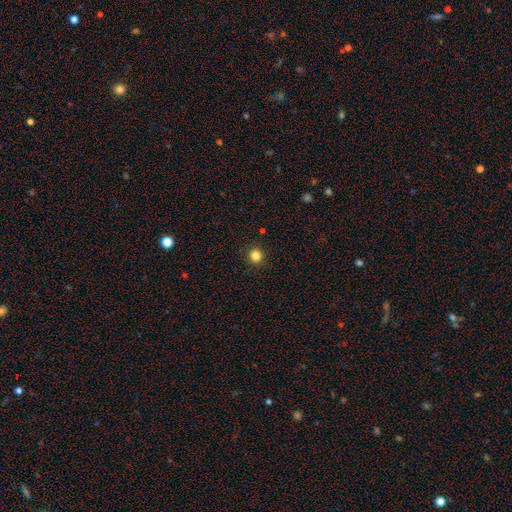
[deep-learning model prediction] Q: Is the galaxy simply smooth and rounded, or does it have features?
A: smooth — 83%.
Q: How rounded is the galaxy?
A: round — 93%.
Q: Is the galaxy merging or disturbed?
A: none — 92%.